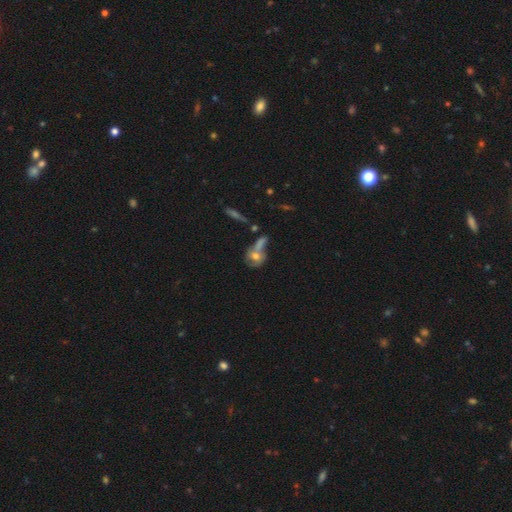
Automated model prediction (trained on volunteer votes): Q: Smooth or featured?
A: smooth (52%); runner-up: featured or disk (36%)
Q: How rounded?
A: round (50%); runner-up: in between (46%)
Q: Merging?
A: merger (43%); runner-up: none (29%)